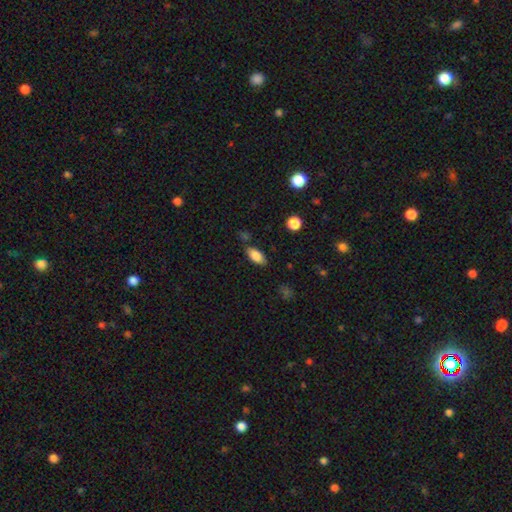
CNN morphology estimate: This is clearly a smooth galaxy (83%). How rounded: clearly in between (89%). Merging: likely none (72%).